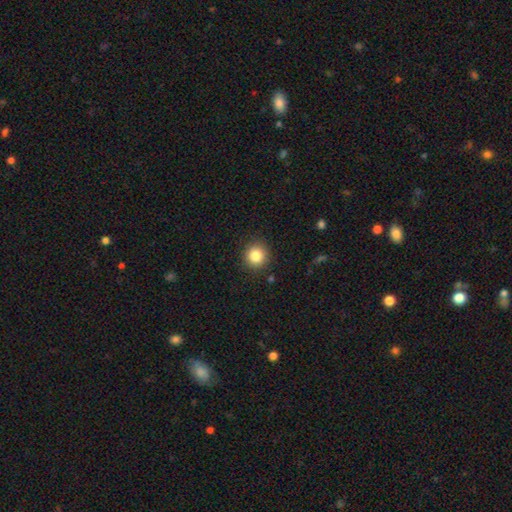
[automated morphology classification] This is clearly a smooth galaxy (84%). How rounded: clearly round (93%). Merging: clearly none (89%).